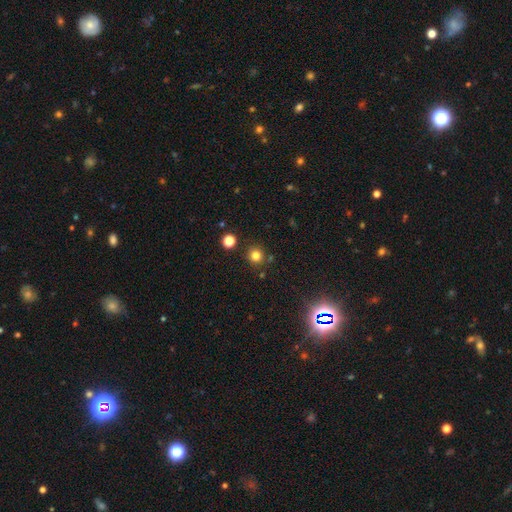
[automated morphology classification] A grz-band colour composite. It shows a smooth galaxy with no disk features (80%) that is round (92%). Merging: none (86%).